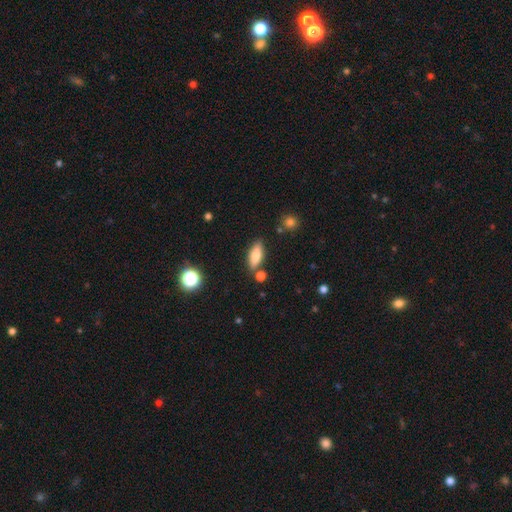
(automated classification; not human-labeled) Smooth or featured? smooth (77%)
How rounded? in between (71%)
Merging? none (78%)